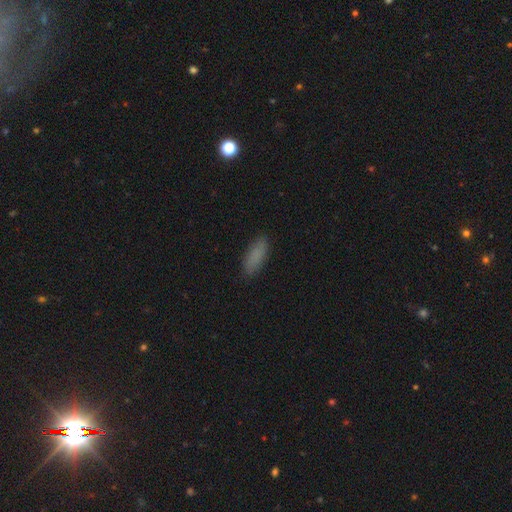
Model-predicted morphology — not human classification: This is clearly a smooth galaxy (85%). How rounded: possibly in between (55%). Merging: clearly none (86%).